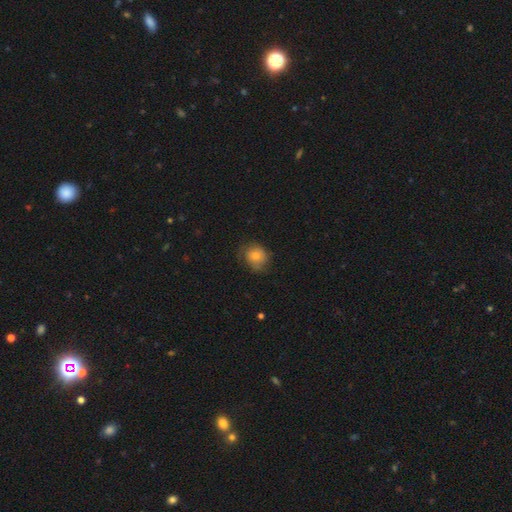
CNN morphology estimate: A smooth galaxy with no disk features (68%) that is round (72%). Merging: none (63%).